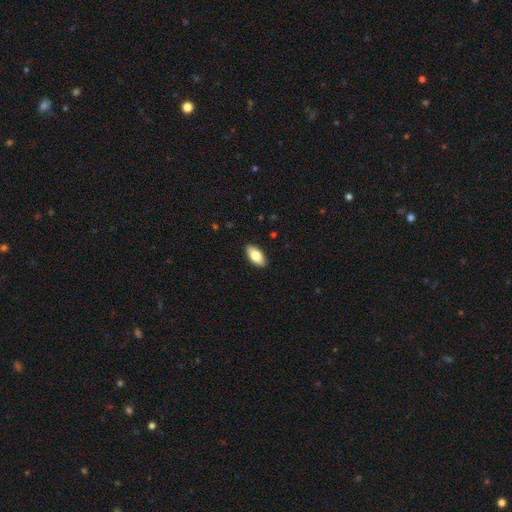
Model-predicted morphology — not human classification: Smooth or featured? smooth (78%)
How rounded? in between (91%)
Merging? none (89%)